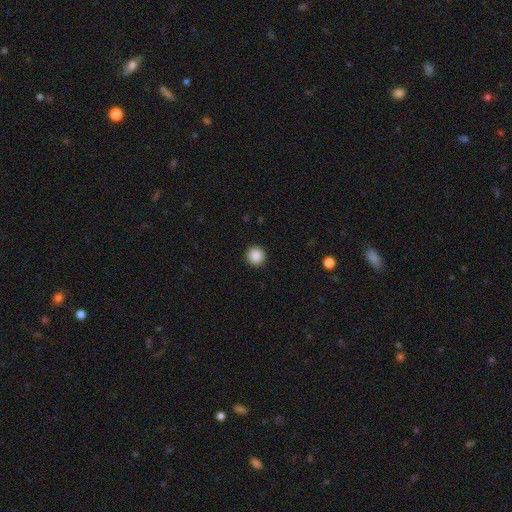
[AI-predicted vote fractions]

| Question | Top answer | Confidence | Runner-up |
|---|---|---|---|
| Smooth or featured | smooth | 89% | star or artifact (9%) |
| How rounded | round | 95% | in between (4%) |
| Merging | none | 93% | minor disturbance (4%) |